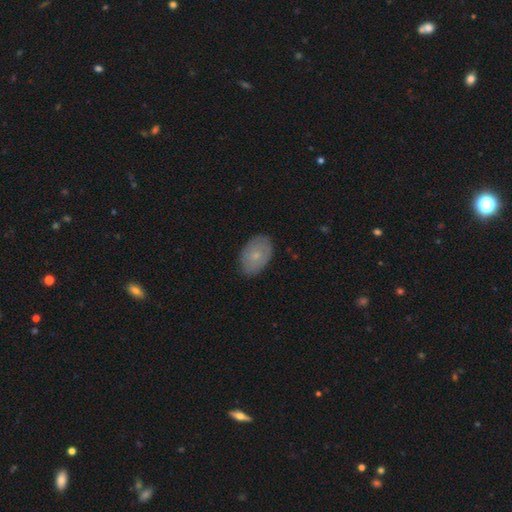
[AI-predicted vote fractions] Smooth or featured? Predicted: smooth (p=0.63). How rounded? Predicted: in between (p=0.86). Merging? Predicted: none (p=0.83).